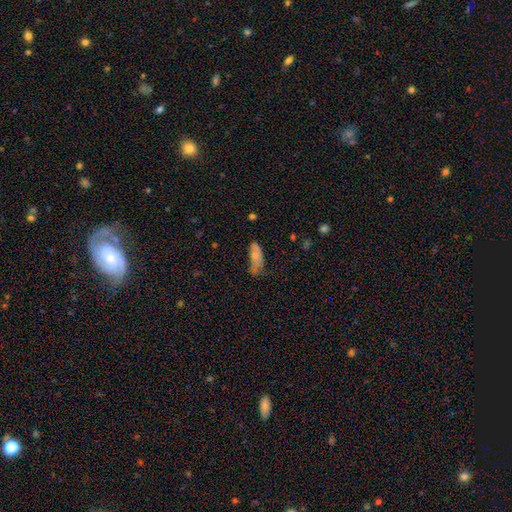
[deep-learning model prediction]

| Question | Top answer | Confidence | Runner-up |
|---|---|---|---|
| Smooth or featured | smooth | 65% | featured or disk (26%) |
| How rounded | in between | 77% | cigar-shaped (20%) |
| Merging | minor disturbance | 39% | none (34%) |